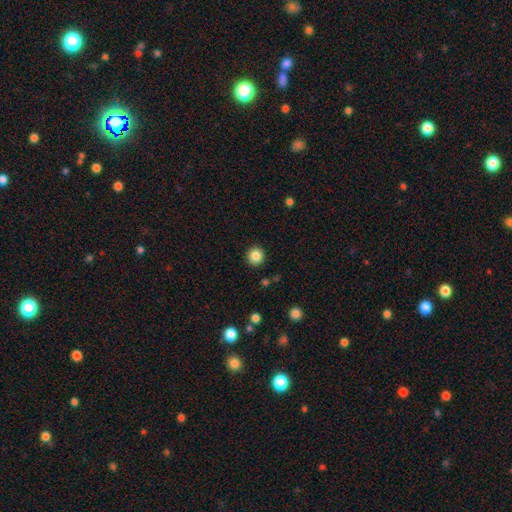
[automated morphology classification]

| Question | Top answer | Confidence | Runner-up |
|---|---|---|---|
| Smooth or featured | smooth | 85% | star or artifact (10%) |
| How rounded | round | 93% | in between (6%) |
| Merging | none | 92% | minor disturbance (5%) |